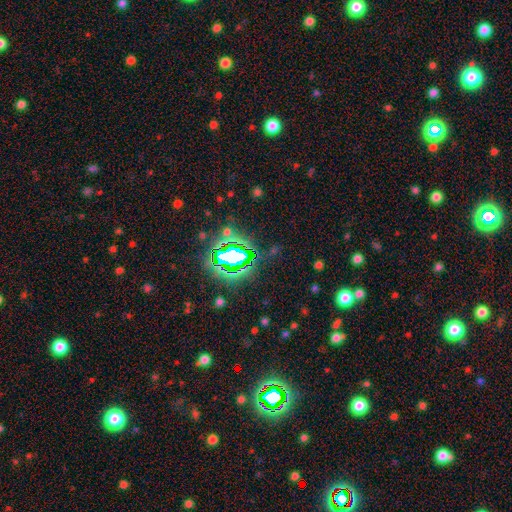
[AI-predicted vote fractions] Smooth or featured?
  - star or artifact: 82% *
  - smooth: 10%
  - featured or disk: 8%